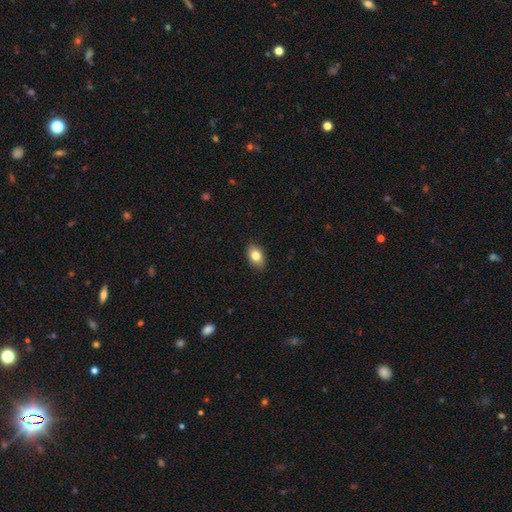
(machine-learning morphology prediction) Smooth or featured?
  - smooth: 82% *
  - featured or disk: 10%
  - star or artifact: 8%
How rounded?
  - in between: 83% *
  - round: 16%
  - cigar-shaped: 1%
Merging?
  - none: 88% *
  - minor disturbance: 9%
  - major disturbance: 2%
  - merger: 1%